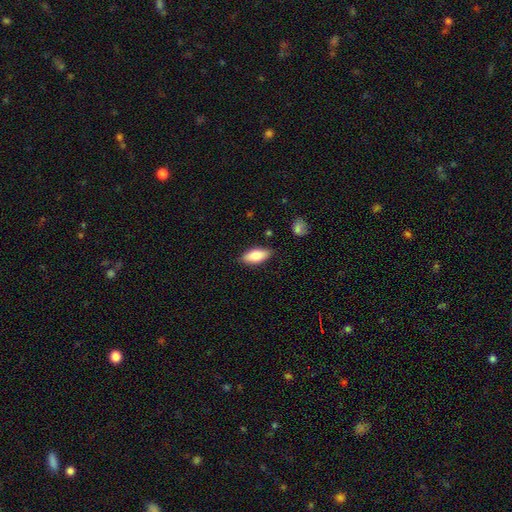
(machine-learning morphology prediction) Smooth or featured? smooth (77%)
How rounded? in between (84%)
Merging? none (85%)